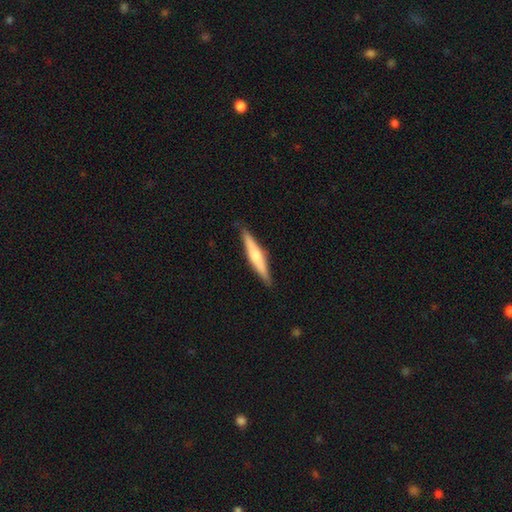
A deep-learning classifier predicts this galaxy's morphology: Smooth or featured: featured or disk — 49% (smooth — 45%)
Merging: none — 89% (minor disturbance — 8%)